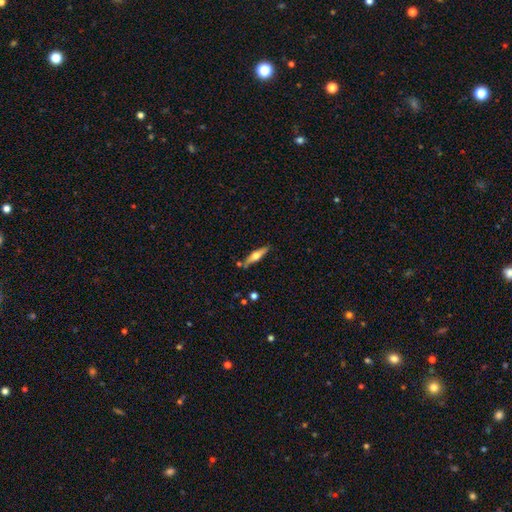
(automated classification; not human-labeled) This appears to be a featured or disk galaxy (57%) viewed edge-on (94%) with a rounded central bulge (93%). Merging: none (81%).